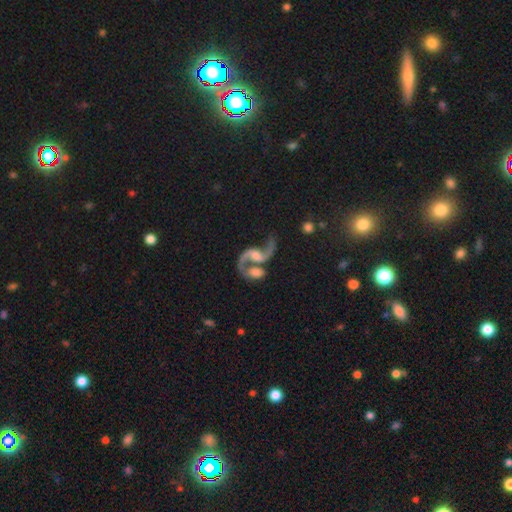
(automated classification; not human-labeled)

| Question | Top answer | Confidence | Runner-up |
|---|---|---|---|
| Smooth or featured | featured or disk | 87% | smooth (7%) |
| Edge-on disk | no | 97% | yes (3%) |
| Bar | no | 44% | weak (40%) |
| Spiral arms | yes | 94% | no (6%) |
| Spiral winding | loose | 79% | medium (17%) |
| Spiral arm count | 2 | 88% | 1 (7%) |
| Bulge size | moderate | 36% | small (27%) |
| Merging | merger | 39% | none (37%) |